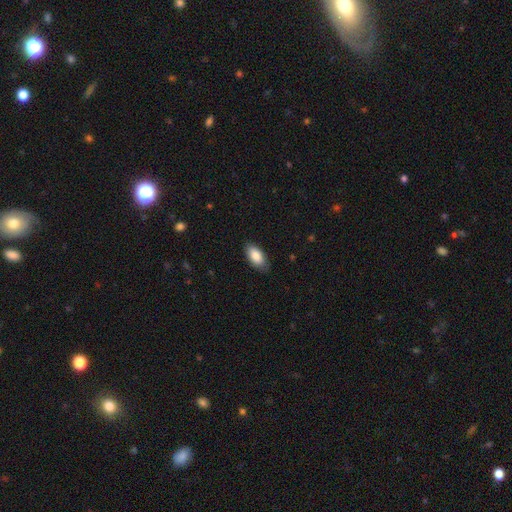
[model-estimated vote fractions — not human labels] A smooth galaxy with no disk features (87%) that is in between round and cigar-shaped (93%).

Vote fractions:
- Smooth or featured? smooth: 87% / featured or disk: 7% / star or artifact: 6%
- How rounded? in between: 93% / cigar-shaped: 4% / round: 2%
- Merging? none: 83% / minor disturbance: 14% / major disturbance: 2% / merger: 1%